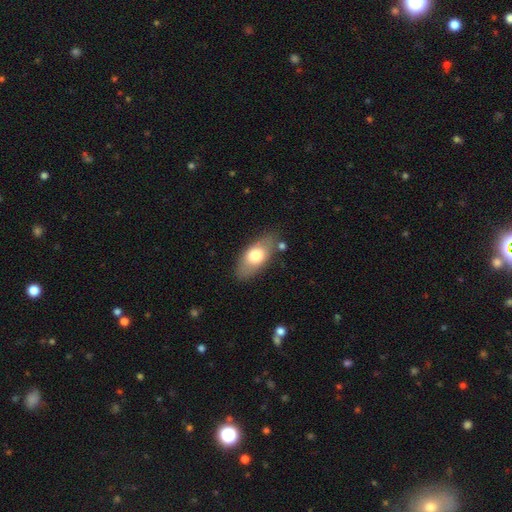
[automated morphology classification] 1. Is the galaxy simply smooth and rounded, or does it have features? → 68% smooth, 25% featured or disk, 6% star or artifact.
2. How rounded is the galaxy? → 87% in between, 9% cigar-shaped, 5% round.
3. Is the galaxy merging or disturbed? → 76% none, 15% minor disturbance, 4% merger, 4% major disturbance.